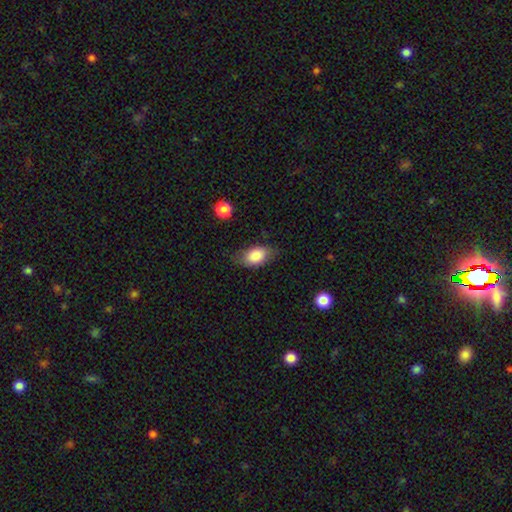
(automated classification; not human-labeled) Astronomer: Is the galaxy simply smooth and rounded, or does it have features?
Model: smooth — 84%.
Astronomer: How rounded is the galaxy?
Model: in between — 89%.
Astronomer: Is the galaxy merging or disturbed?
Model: none — 72%.